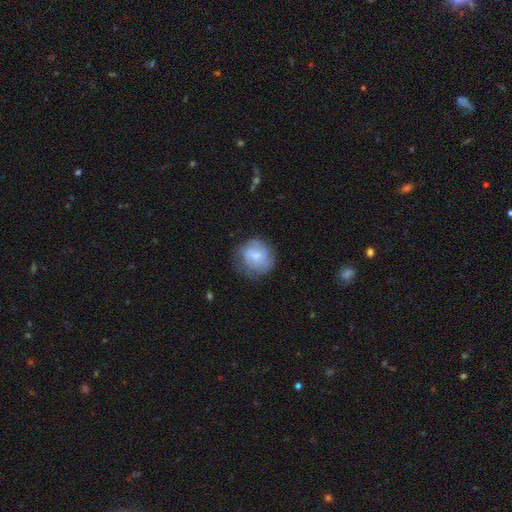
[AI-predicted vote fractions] smooth_or_featured: smooth (p=0.57) [alt: featured or disk p=0.36]
how_rounded: round (p=0.84) [alt: in between p=0.15]
merging: none (p=0.64) [alt: minor disturbance p=0.24]